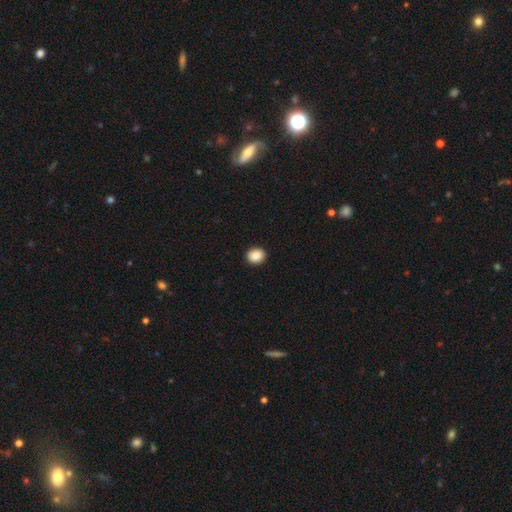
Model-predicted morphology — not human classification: The model was most divided on "how rounded": round: 71%, in between: 28%, cigar-shaped: 1%. More confident: merging — none (92%); smooth or featured — smooth (89%).